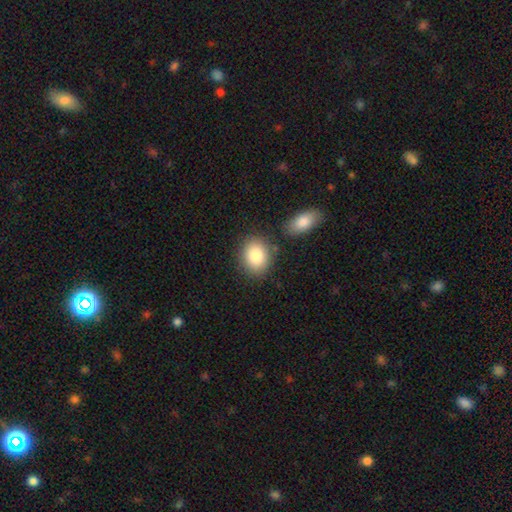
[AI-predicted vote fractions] Morphology: type=smooth (85%); roundness=in between (50%); merging=none (76%).